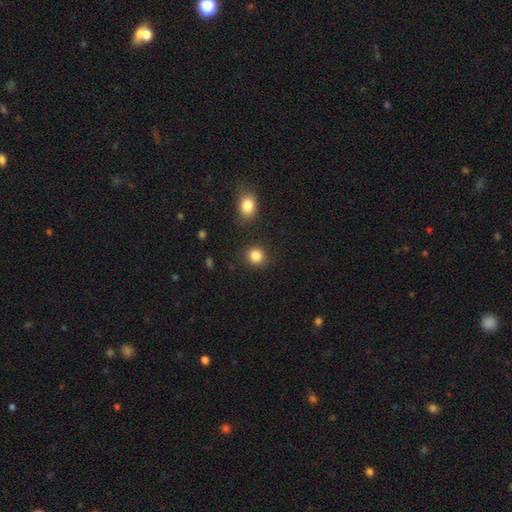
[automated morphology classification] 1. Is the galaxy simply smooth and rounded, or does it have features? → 86% smooth, 10% star or artifact, 4% featured or disk.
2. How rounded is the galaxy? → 87% round, 12% in between, 1% cigar-shaped.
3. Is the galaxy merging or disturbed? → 88% none, 7% minor disturbance, 3% merger, 2% major disturbance.